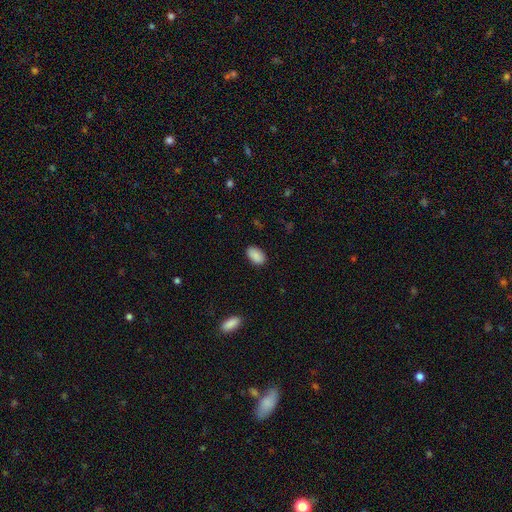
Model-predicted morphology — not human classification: Smooth or featured: smooth — 90% (star or artifact — 7%)
How rounded: in between — 92% (round — 6%)
Merging: none — 86% (minor disturbance — 10%)